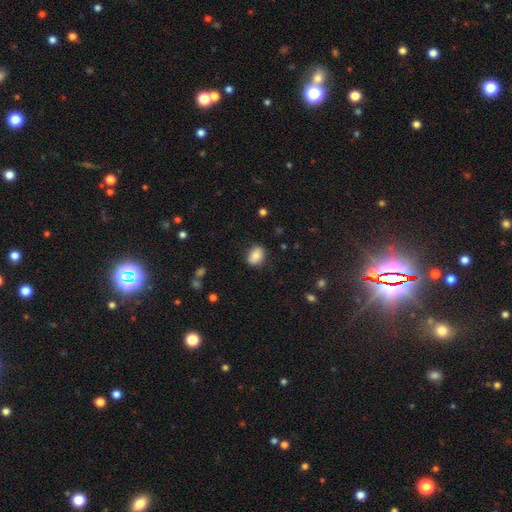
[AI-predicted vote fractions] This appears to be a smooth galaxy with no disk features (83%) that is in between round and cigar-shaped (64%). Merging: none (80%).